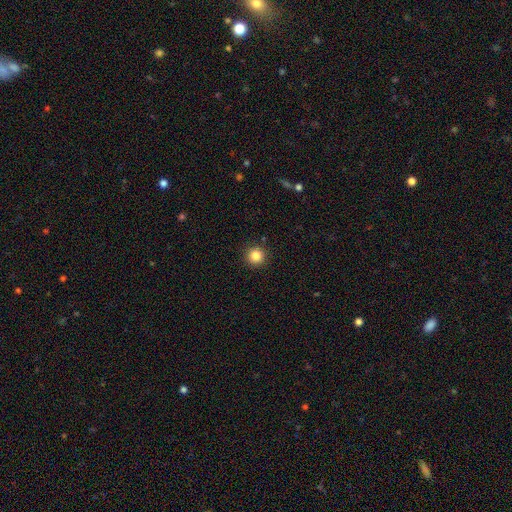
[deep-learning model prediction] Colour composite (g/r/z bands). It shows a smooth galaxy with no disk features (85%) that is round (96%). Merging: none (92%).